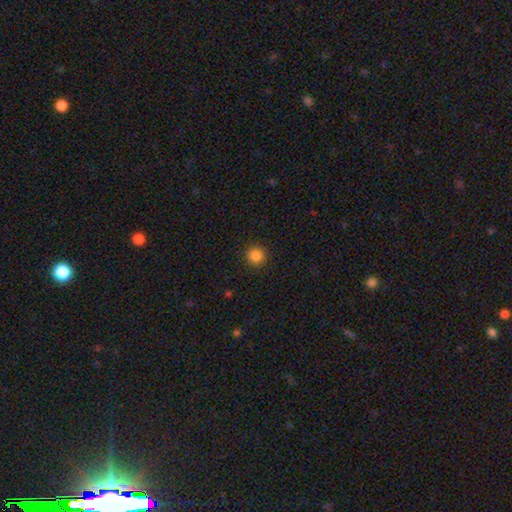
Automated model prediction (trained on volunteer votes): Smooth or featured?
  - smooth: 86% *
  - star or artifact: 11%
  - featured or disk: 3%
How rounded?
  - round: 94% *
  - in between: 5%
  - cigar-shaped: 1%
Merging?
  - none: 92% *
  - minor disturbance: 5%
  - major disturbance: 2%
  - merger: 1%